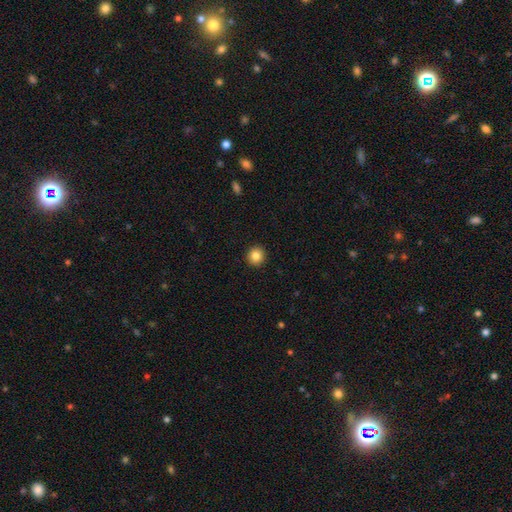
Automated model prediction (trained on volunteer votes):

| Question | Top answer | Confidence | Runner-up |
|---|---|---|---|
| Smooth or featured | smooth | 84% | star or artifact (10%) |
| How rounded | round | 94% | in between (5%) |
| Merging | none | 93% | minor disturbance (4%) |